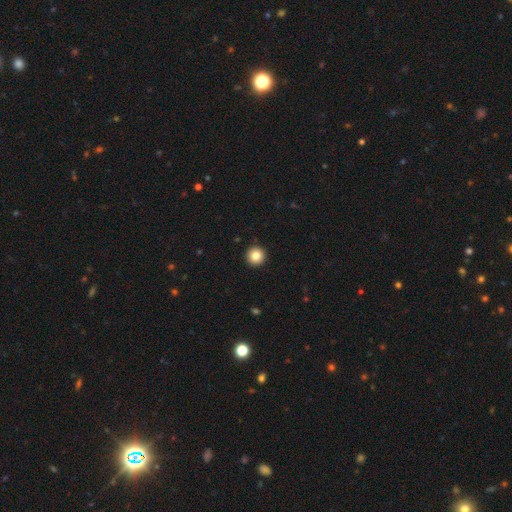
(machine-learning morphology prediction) Smooth or featured: smooth — 84% (star or artifact — 10%)
How rounded: round — 96% (in between — 3%)
Merging: none — 94% (minor disturbance — 4%)